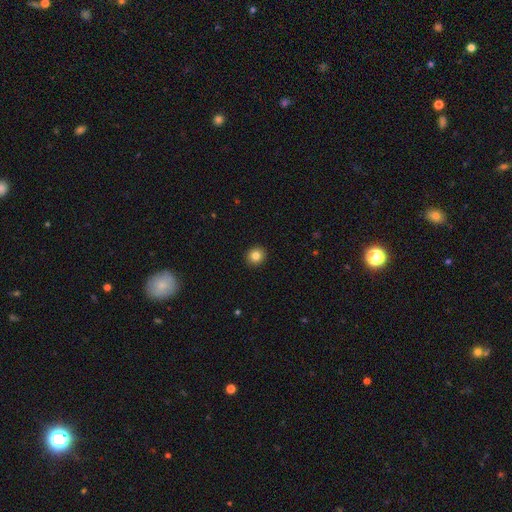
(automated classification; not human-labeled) Smooth or featured?
  - smooth: 83% *
  - star or artifact: 10%
  - featured or disk: 6%
How rounded?
  - round: 89% *
  - in between: 10%
  - cigar-shaped: 1%
Merging?
  - none: 93% *
  - minor disturbance: 4%
  - major disturbance: 1%
  - merger: 1%